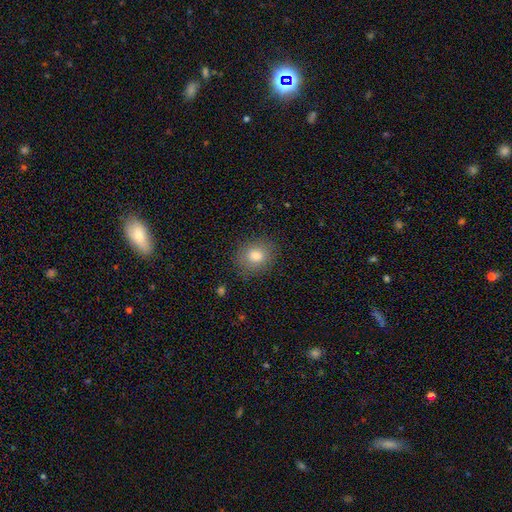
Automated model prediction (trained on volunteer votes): smooth-or-featured: smooth: 80% | star or artifact: 10% | featured or disk: 9%
  how-rounded: round: 68% | in between: 31% | cigar-shaped: 1%
  merging: none: 86% | minor disturbance: 10% | major disturbance: 3% | merger: 1%